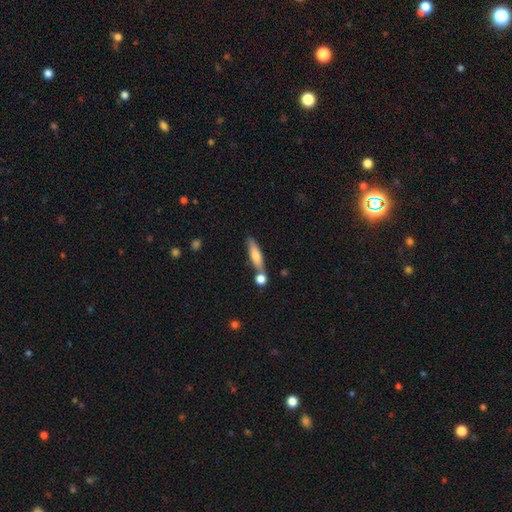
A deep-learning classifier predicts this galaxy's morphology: Smooth or featured?
  - smooth: 67% *
  - featured or disk: 27%
  - star or artifact: 6%
How rounded?
  - cigar-shaped: 75% *
  - in between: 22%
  - round: 3%
Merging?
  - none: 65% *
  - merger: 19%
  - minor disturbance: 13%
  - major disturbance: 3%